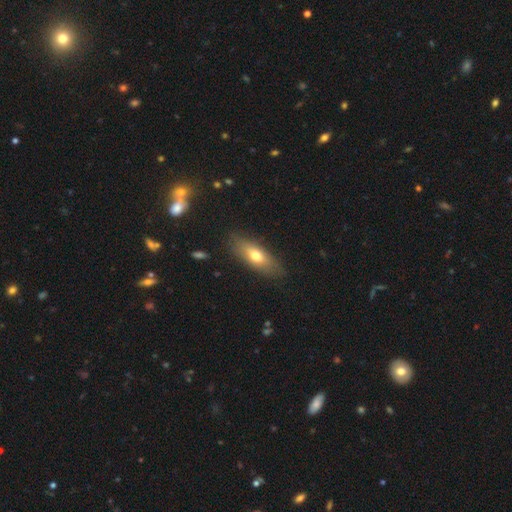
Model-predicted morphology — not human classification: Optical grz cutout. It shows a smooth galaxy with no disk features (68%) that is in between round and cigar-shaped (68%). Merging: none (83%).